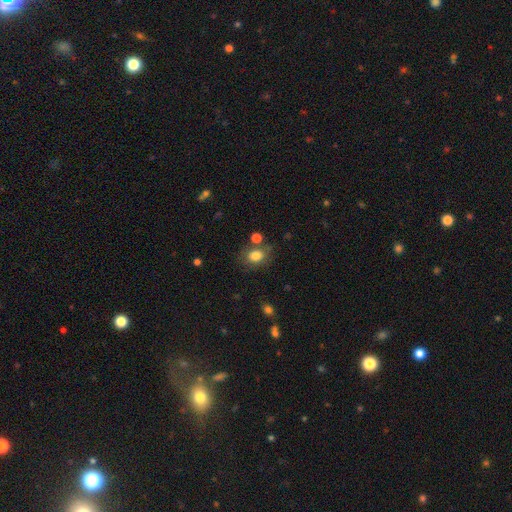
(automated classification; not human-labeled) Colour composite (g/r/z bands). It shows a smooth galaxy with no disk features (81%) that is in between round and cigar-shaped (57%). Merging: none (69%).